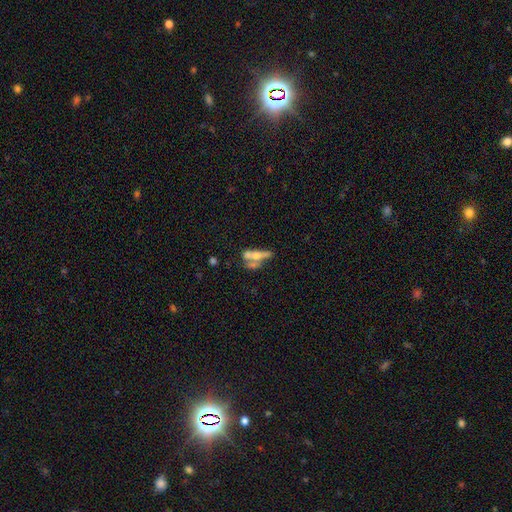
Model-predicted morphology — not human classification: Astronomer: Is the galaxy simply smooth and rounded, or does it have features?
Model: featured or disk — 51% (runner-up: smooth, 37%).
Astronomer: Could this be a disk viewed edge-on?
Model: no — 57% (runner-up: yes, 43%).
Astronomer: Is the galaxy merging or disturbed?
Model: merger — 48% (runner-up: none, 28%).